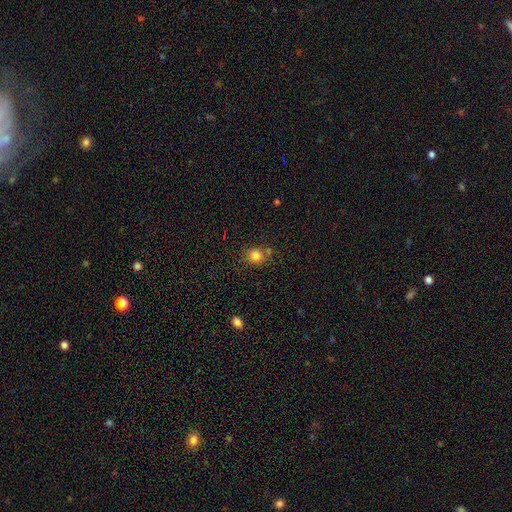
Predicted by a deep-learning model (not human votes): The model was most divided on "merging": none: 72%, minor disturbance: 14%, merger: 10%, major disturbance: 4%. More confident: smooth or featured — smooth (81%); how rounded — round (79%).